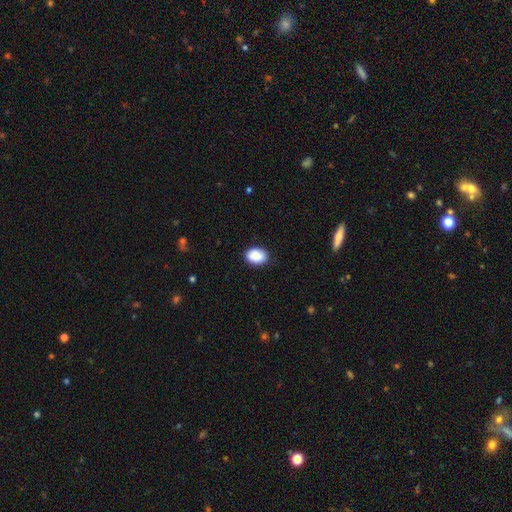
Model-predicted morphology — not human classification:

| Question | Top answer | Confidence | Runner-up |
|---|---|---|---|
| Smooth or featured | smooth | 89% | star or artifact (7%) |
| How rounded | in between | 79% | round (20%) |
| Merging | none | 86% | minor disturbance (11%) |